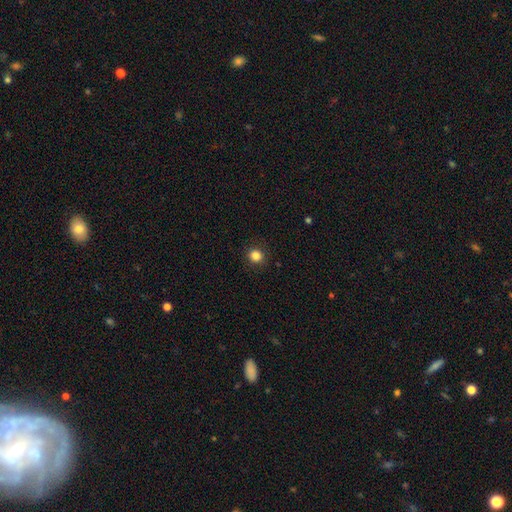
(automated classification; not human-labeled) smooth 84%, star or artifact 12%, featured or disk 4%. Down the decision tree: how rounded — round (89%); merging — none (91%).